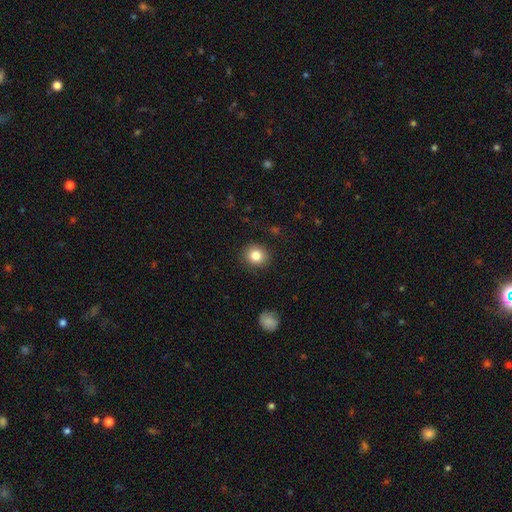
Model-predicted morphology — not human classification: Smooth or featured? smooth (83%)
How rounded? round (82%)
Merging? none (89%)